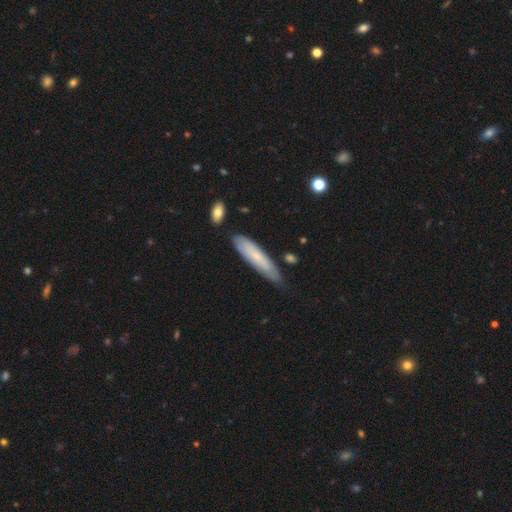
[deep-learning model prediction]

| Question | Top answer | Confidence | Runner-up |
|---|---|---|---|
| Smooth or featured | smooth | 63% | featured or disk (30%) |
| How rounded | cigar-shaped | 78% | in between (21%) |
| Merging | none | 69% | minor disturbance (23%) |